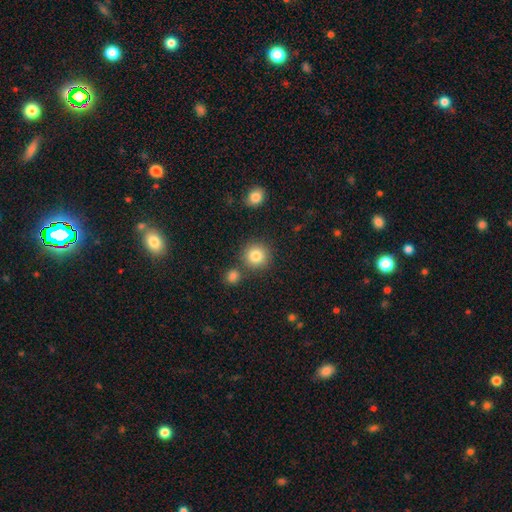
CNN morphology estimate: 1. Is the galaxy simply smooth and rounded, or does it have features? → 84% smooth, 10% star or artifact, 7% featured or disk.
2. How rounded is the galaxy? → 92% round, 7% in between, 1% cigar-shaped.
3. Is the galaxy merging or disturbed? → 81% none, 9% merger, 8% minor disturbance, 3% major disturbance.